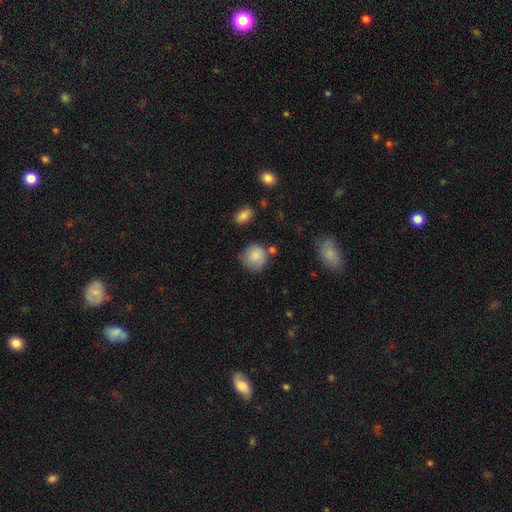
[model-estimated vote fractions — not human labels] smooth 85%, star or artifact 8%, featured or disk 8%. Down the decision tree: how rounded — round (88%); merging — none (68%).